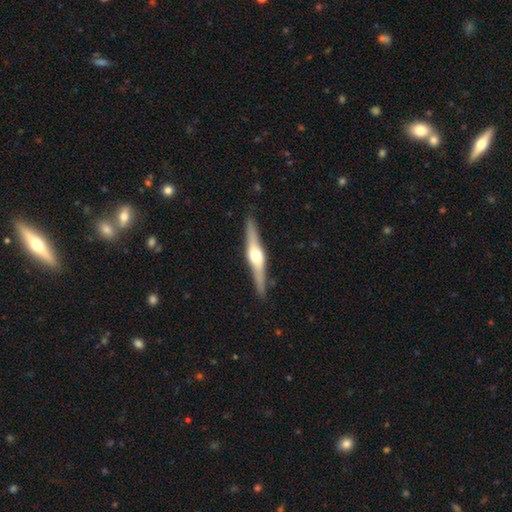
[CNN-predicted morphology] smooth_or_featured: featured or disk (p=0.74) [alt: smooth p=0.21]
disk_edge_on: yes (p=0.97) [alt: no p=0.03]
edge_on_bulge: rounded (p=0.94) [alt: boxy p=0.04]
merging: none (p=0.89) [alt: minor disturbance p=0.08]